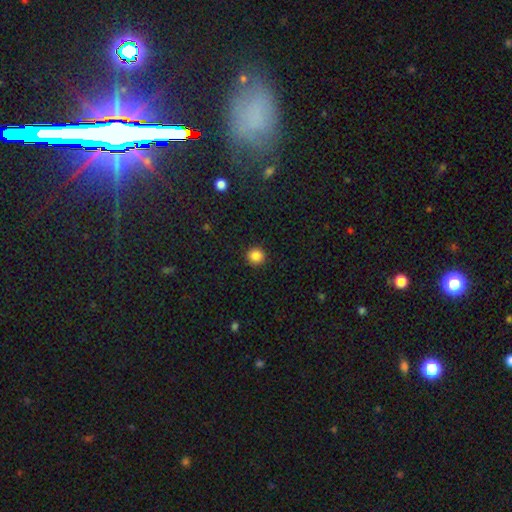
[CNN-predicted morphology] type=smooth (86%); roundness=round (91%); merging=none (91%).